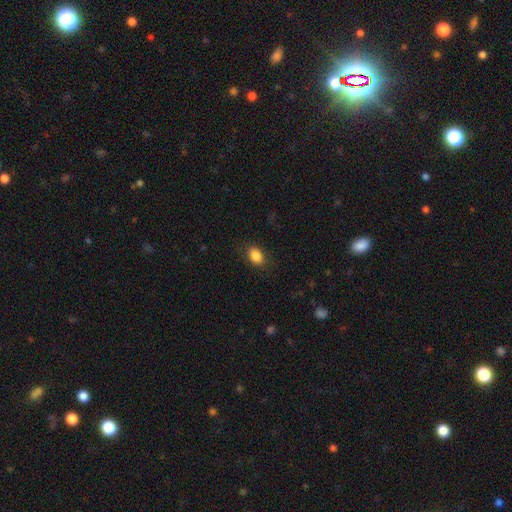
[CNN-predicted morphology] Smooth or featured?
  - smooth: 87% *
  - star or artifact: 8%
  - featured or disk: 5%
How rounded?
  - in between: 82% *
  - round: 17%
  - cigar-shaped: 1%
Merging?
  - none: 83% *
  - minor disturbance: 12%
  - major disturbance: 4%
  - merger: 1%